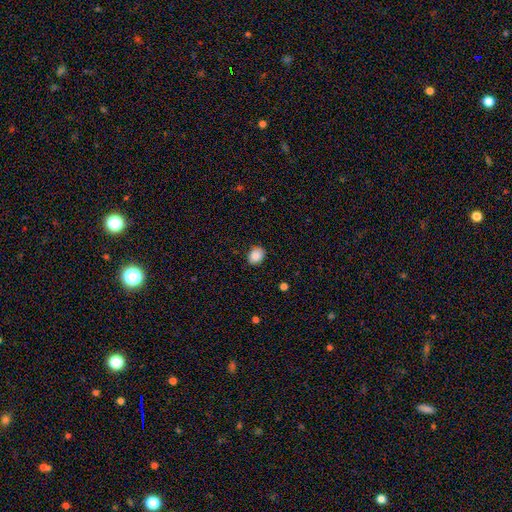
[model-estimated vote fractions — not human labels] smooth-or-featured: smooth: 88% | star or artifact: 8% | featured or disk: 3%
  how-rounded: in between: 62% | round: 37% | cigar-shaped: 1%
  merging: none: 88% | minor disturbance: 9% | major disturbance: 2% | merger: 1%